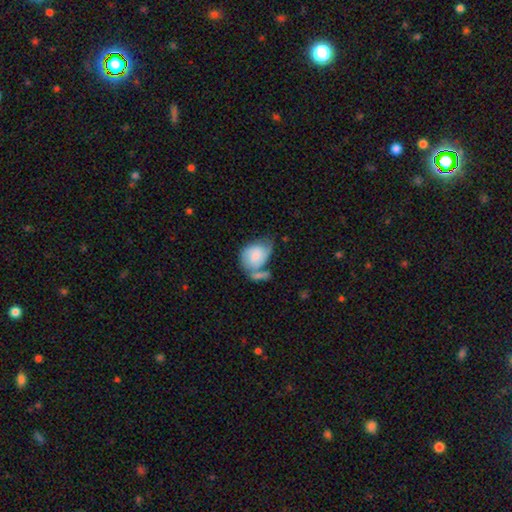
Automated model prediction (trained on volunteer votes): Morphology: type=smooth (56%); roundness=in between (64%); merging=merger (31%).